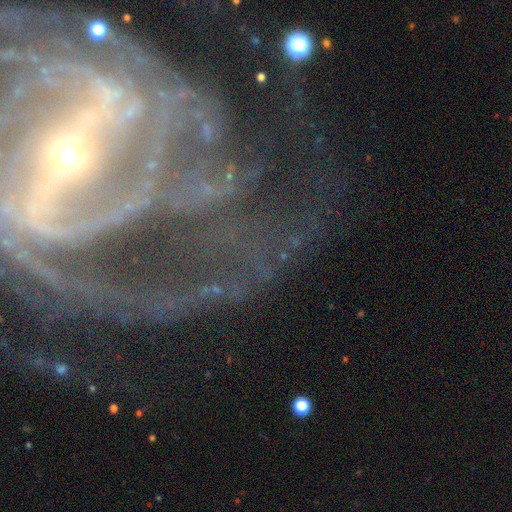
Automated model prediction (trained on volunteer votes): Smooth or featured?
  - featured or disk: 78% *
  - star or artifact: 14%
  - smooth: 9%
Edge-on disk?
  - no: 94% *
  - yes: 6%
Bar?
  - strong: 47% *
  - no: 27%
  - weak: 26%
Spiral arms?
  - yes: 87% *
  - no: 13%
Spiral winding?
  - tight: 49% *
  - medium: 34%
  - loose: 17%
Spiral arm count?
  - 2: 32% *
  - can't tell: 24%
  - 3: 14%
  - 4: 10%
  - 1: 10%
  - more than 4: 10%
Bulge size?
  - small: 65% *
  - moderate: 24%
  - none: 5%
  - large: 4%
  - dominant: 2%
Merging?
  - none: 56% *
  - major disturbance: 23%
  - minor disturbance: 15%
  - merger: 5%